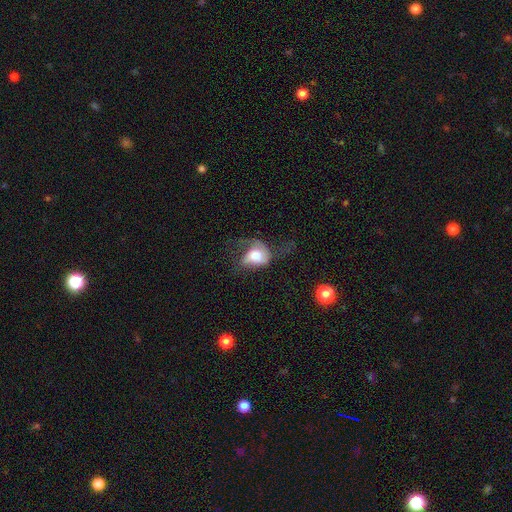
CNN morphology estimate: Smooth or featured? Predicted: smooth (p=0.52). How rounded? Predicted: in between (p=0.63). Merging? Predicted: major disturbance (p=0.51).